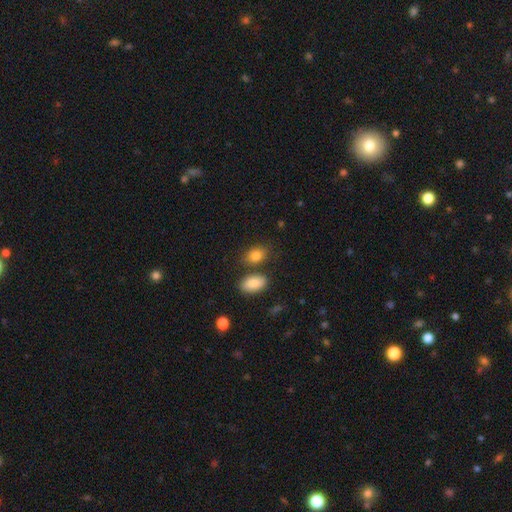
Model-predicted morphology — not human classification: This is clearly a smooth galaxy (84%). How rounded: likely in between (79%). Merging: likely none (67%).